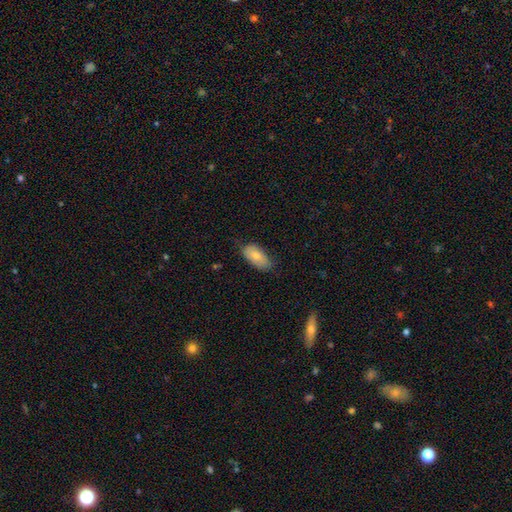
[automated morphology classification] Smooth or featured? Predicted: smooth (p=0.77). How rounded? Predicted: in between (p=0.93). Merging? Predicted: none (p=0.67).